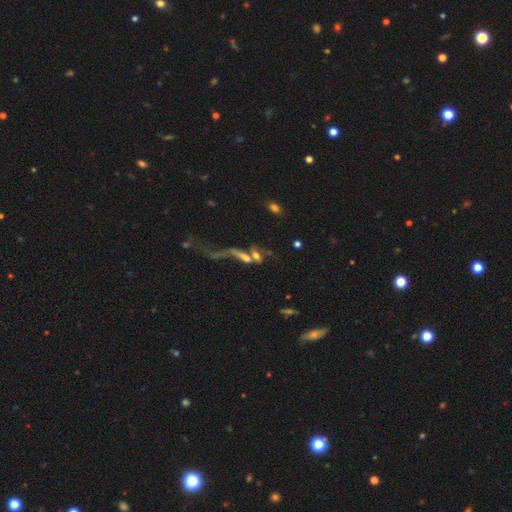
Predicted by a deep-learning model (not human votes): Smooth or featured: smooth — 42% (tied with featured or disk — 42%)
Merging: merger — 55% (major disturbance — 24%)